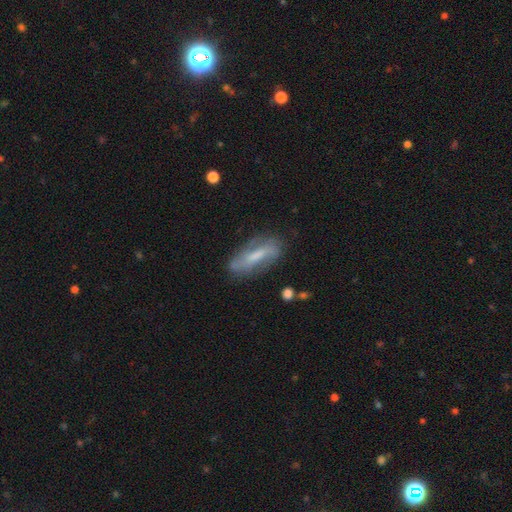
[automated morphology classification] Smooth or featured? featured or disk (54%)
Edge-on disk? no (79%)
Merging? none (71%)